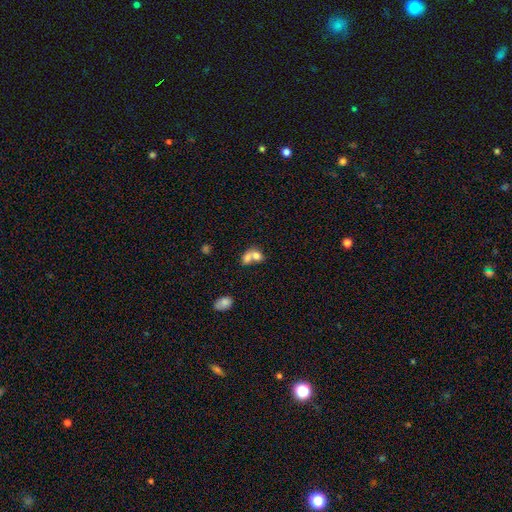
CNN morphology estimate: Smooth or featured? Predicted: smooth (p=0.71). How rounded? Predicted: in between (p=0.55). Merging? Predicted: merger (p=0.73).